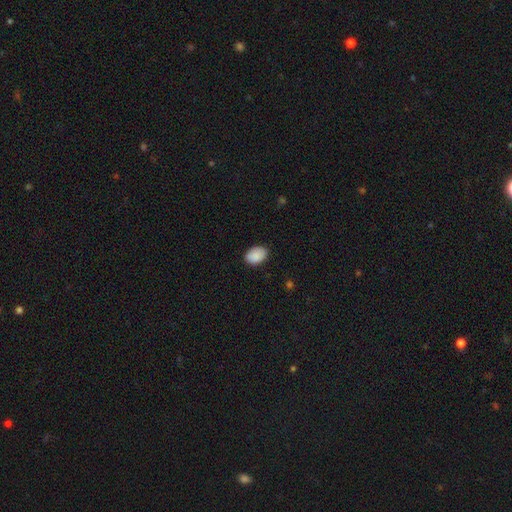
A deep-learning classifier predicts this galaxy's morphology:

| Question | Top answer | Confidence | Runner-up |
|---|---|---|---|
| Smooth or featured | smooth | 90% | star or artifact (7%) |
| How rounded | in between | 85% | round (14%) |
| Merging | none | 85% | minor disturbance (11%) |